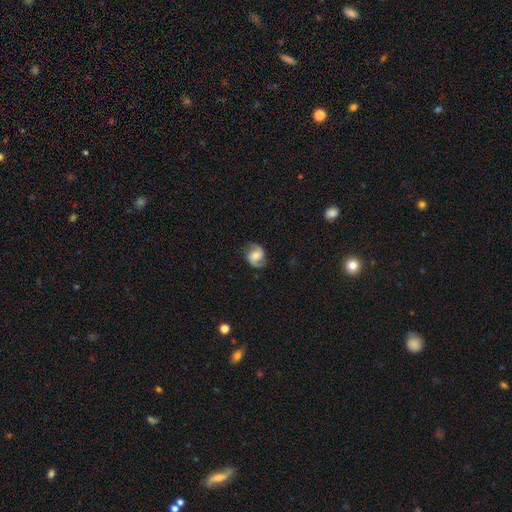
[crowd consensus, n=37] Q: Smooth or featured?
A: featured or disk (86%); runner-up: smooth (8%)
Q: Edge-on disk?
A: no (100%)
Q: Bar?
A: no (56%); runner-up: weak (31%)
Q: Spiral arms?
A: yes (100%)
Q: Spiral winding?
A: loose (50%); runner-up: medium (31%)
Q: Spiral arm count?
A: 2 (97%); runner-up: 1 (3%)
Q: Bulge size?
A: moderate (53%); runner-up: small (22%)
Q: Merging?
A: none (86%); runner-up: minor disturbance (14%)